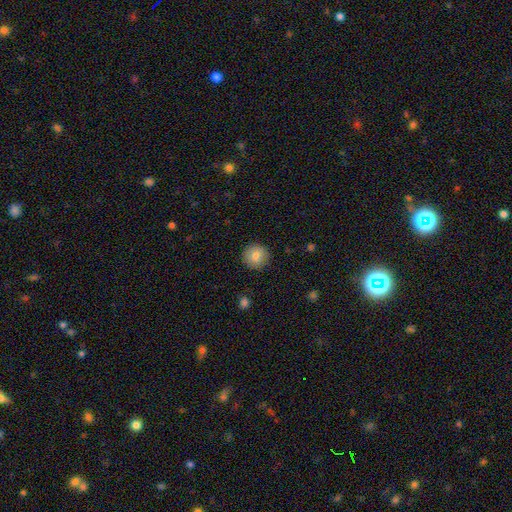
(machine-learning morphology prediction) The model was most divided on "smooth or featured": smooth: 83%, star or artifact: 9%, featured or disk: 9%. More confident: how rounded — round (95%); merging — none (91%).